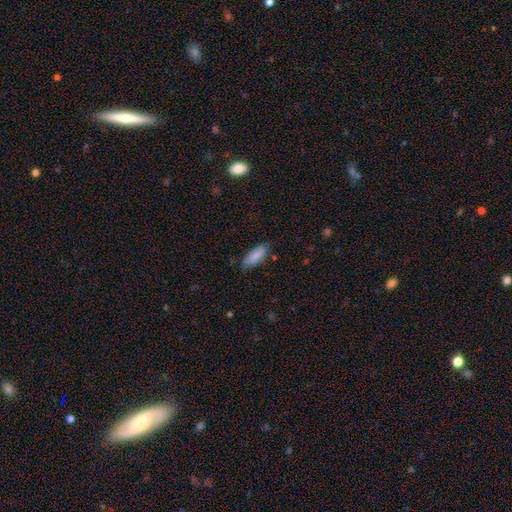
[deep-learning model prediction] This is clearly a smooth galaxy (85%). How rounded: likely in between (68%). Merging: likely none (73%).